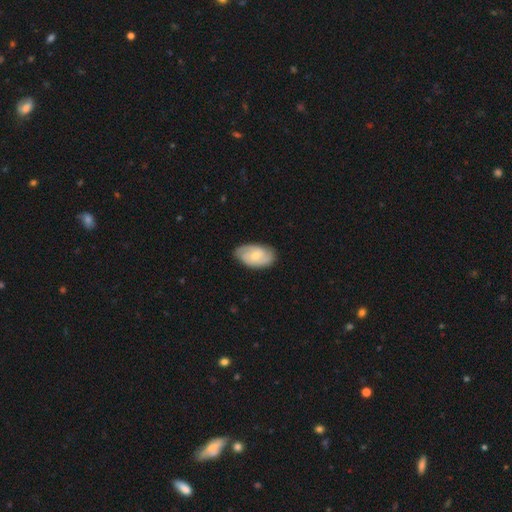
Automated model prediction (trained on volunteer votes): This is possibly a featured or disk galaxy (59%). It is clearly not viewed edge-on (95%). Bar: possibly no (59%). Spiral arm pattern: clearly yes (89%). Spiral arm count: likely 2 (61%). Spiral winding: possibly tight (48%). Central bulge: possibly small (55%). Merging: clearly none (81%).